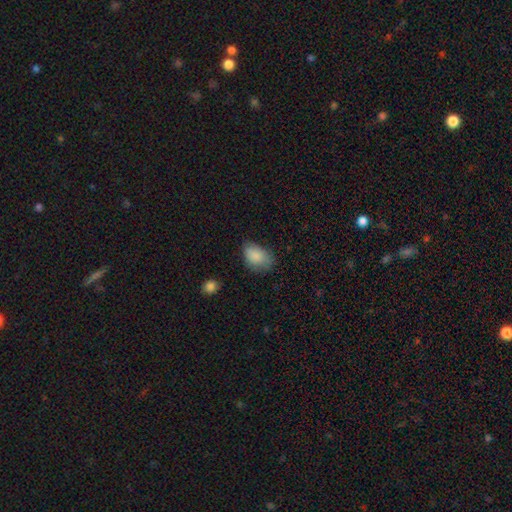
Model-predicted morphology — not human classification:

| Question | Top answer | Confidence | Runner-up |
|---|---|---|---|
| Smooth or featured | smooth | 85% | star or artifact (8%) |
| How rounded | in between | 86% | round (12%) |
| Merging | none | 59% | minor disturbance (31%) |